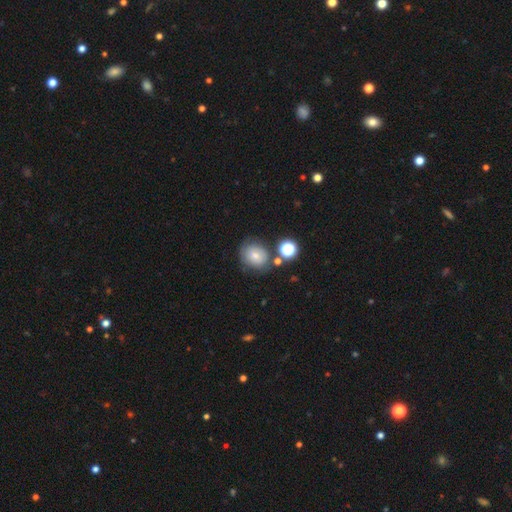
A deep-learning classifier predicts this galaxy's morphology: smooth 69%, featured or disk 18%, star or artifact 13%. Down the decision tree: how rounded — round (63%); merging — none (65%).